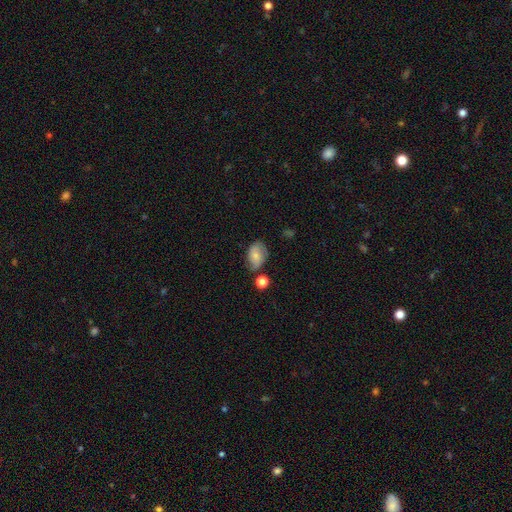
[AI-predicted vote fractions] Smooth or featured? smooth (57%)
How rounded? in between (80%)
Merging? none (58%)